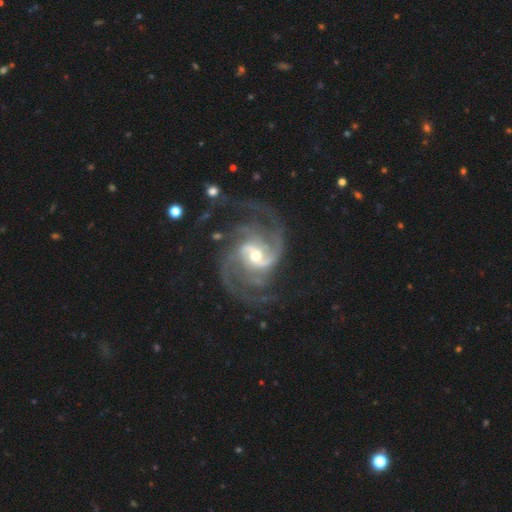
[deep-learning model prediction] A featured or disk galaxy (93%) with a weak bar (44%), 2 (46%) medium (55%) spiral arms (98%) and a moderate central bulge (59%). Merging: none (63%).